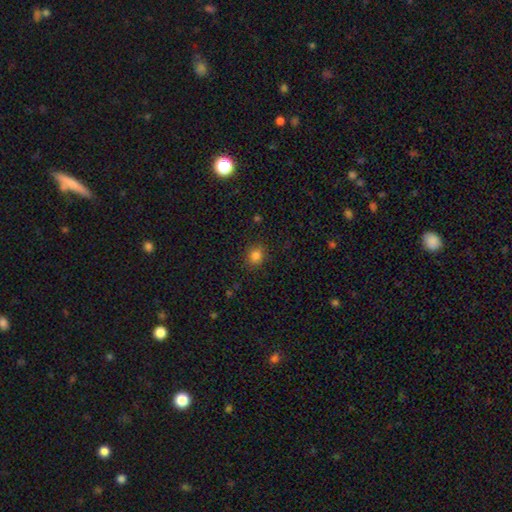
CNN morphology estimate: smooth-or-featured: smooth: 83% | star or artifact: 12% | featured or disk: 5%
  how-rounded: round: 74% | in between: 25% | cigar-shaped: 1%
  merging: none: 88% | minor disturbance: 8% | major disturbance: 3% | merger: 1%